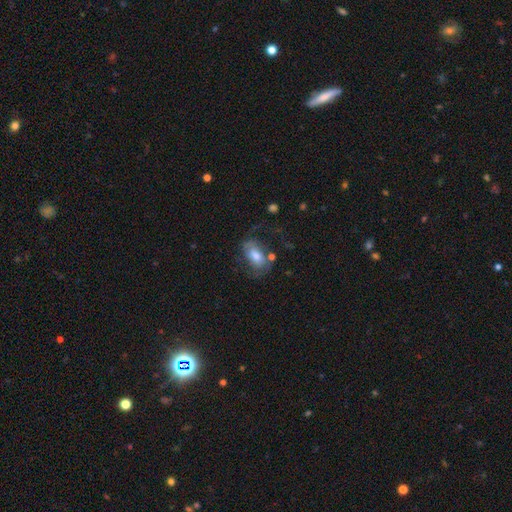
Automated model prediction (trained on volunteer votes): The model was most divided on "smooth or featured": smooth: 53%, featured or disk: 39%, star or artifact: 8%. Remaining: how rounded — in between (89%); merging — none (46%).